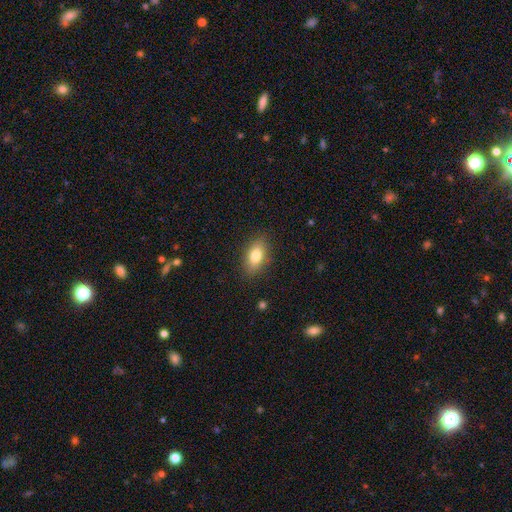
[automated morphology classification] Overall: smooth (79%). How rounded: in between (85%). Merging: none (85%).